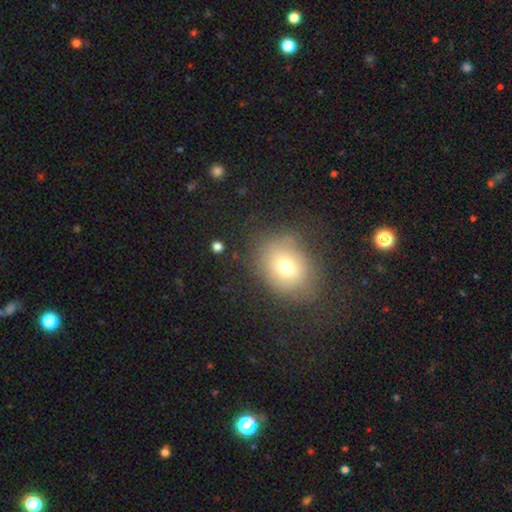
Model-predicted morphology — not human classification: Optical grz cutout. It shows a smooth galaxy with no disk features (65%) that is round (55%). Merging: none (80%).